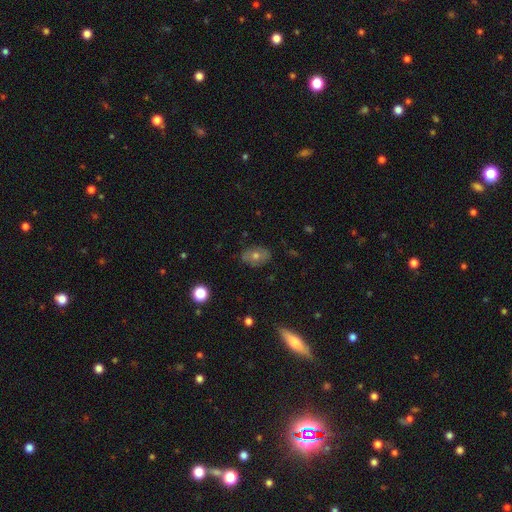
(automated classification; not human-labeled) A smooth galaxy with no disk features (53%) that is in between round and cigar-shaped (76%).

Vote fractions:
- Smooth or featured? smooth: 53% / featured or disk: 33% / star or artifact: 14%
- How rounded? in between: 76% / round: 23% / cigar-shaped: 2%
- Merging? none: 82% / minor disturbance: 13% / major disturbance: 3% / merger: 1%